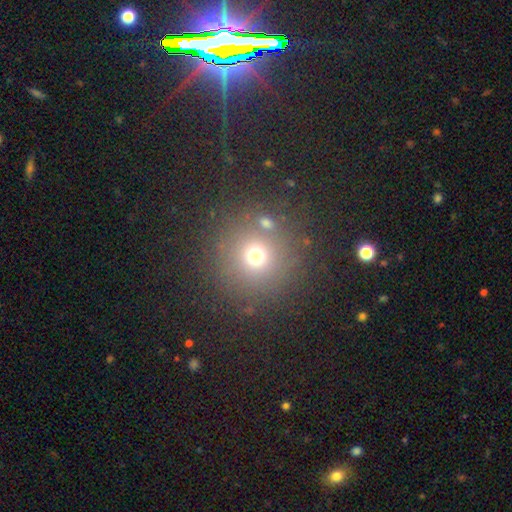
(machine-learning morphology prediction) Q: Smooth or featured?
A: smooth (69%); runner-up: star or artifact (21%)
Q: How rounded?
A: round (93%); runner-up: in between (6%)
Q: Merging?
A: none (77%); runner-up: minor disturbance (9%)